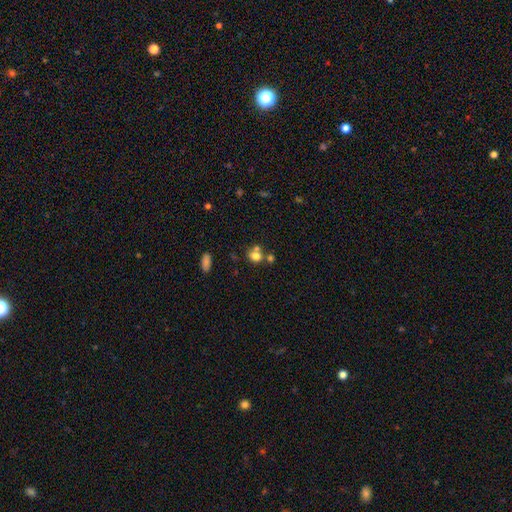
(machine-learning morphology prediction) Smooth or featured: smooth — 75% (star or artifact — 13%)
How rounded: round — 62% (in between — 37%)
Merging: none — 45% (merger — 39%)